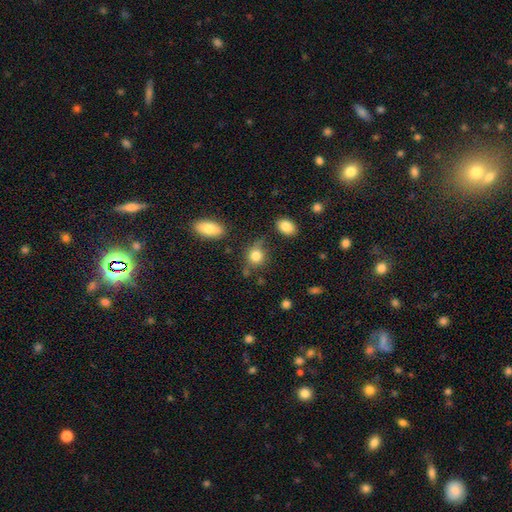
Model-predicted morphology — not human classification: Smooth or featured? Predicted: smooth (p=0.81). How rounded? Predicted: round (p=0.71). Merging? Predicted: none (p=0.62).